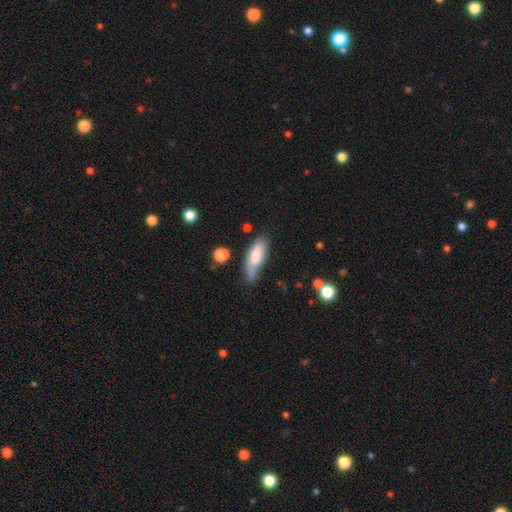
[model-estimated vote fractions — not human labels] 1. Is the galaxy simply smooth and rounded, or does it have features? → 75% smooth, 18% featured or disk, 6% star or artifact.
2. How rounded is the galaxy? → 63% in between, 35% cigar-shaped, 2% round.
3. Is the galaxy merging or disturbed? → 53% none, 31% minor disturbance, 9% major disturbance, 6% merger.